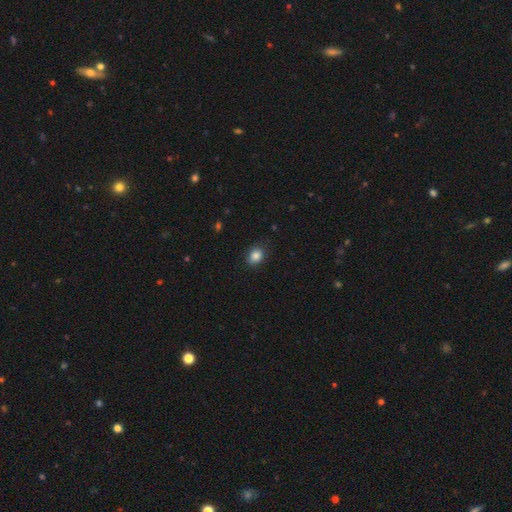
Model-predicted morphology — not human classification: Smooth or featured? smooth (86%)
How rounded? in between (61%)
Merging? none (82%)